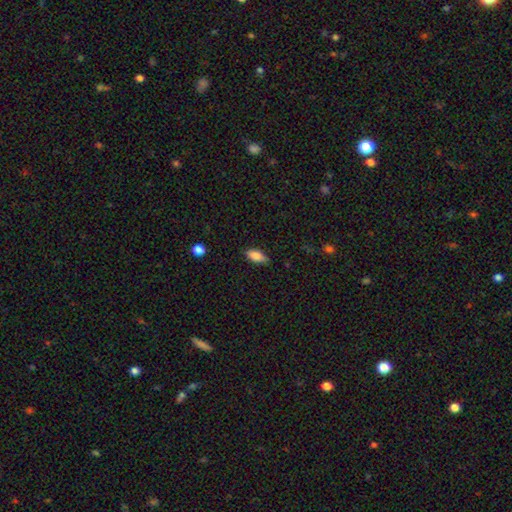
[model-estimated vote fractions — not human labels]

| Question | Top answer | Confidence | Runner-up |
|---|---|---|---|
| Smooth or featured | smooth | 84% | featured or disk (9%) |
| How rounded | in between | 86% | cigar-shaped (11%) |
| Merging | none | 81% | minor disturbance (15%) |